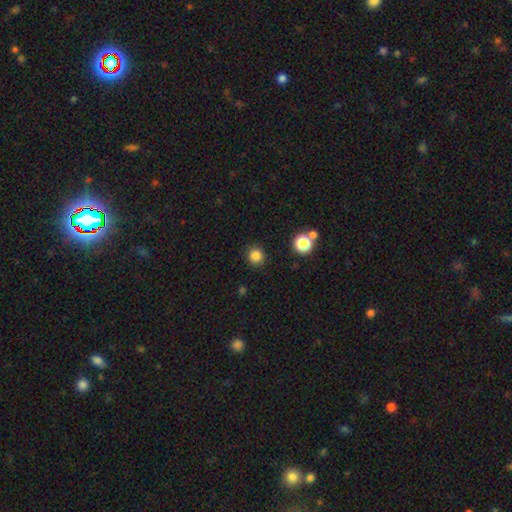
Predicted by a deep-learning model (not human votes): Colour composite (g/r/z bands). It shows a smooth galaxy with no disk features (84%) that is round (93%). Merging: none (90%).